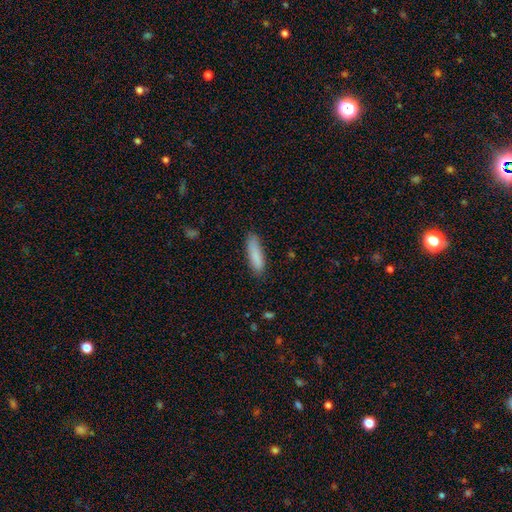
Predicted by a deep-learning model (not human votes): Q: Smooth or featured?
A: smooth (87%); runner-up: featured or disk (7%)
Q: How rounded?
A: cigar-shaped (67%); runner-up: in between (31%)
Q: Merging?
A: none (83%); runner-up: minor disturbance (13%)